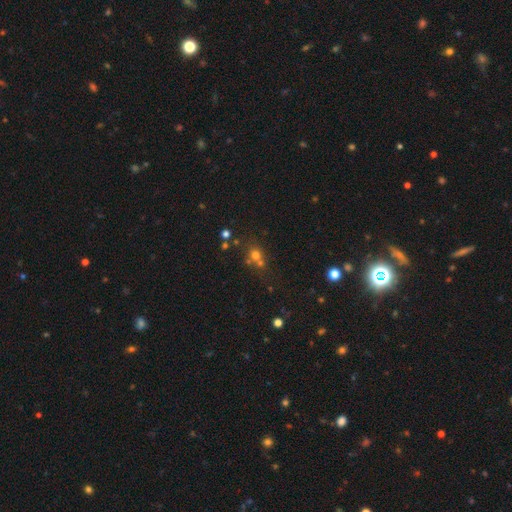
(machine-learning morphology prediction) smooth_or_featured: smooth (p=0.62) [alt: star or artifact p=0.24]
how_rounded: round (p=0.83) [alt: in between p=0.16]
merging: none (p=0.50) [alt: merger p=0.36]